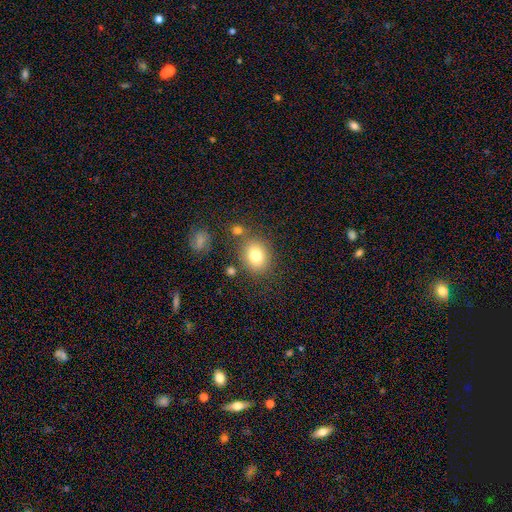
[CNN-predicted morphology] A smooth galaxy with no disk features (79%) that is round (52%).

Vote fractions:
- Smooth or featured? smooth: 79% / featured or disk: 11% / star or artifact: 11%
- How rounded? round: 52% / in between: 47% / cigar-shaped: 1%
- Merging? none: 77% / minor disturbance: 12% / merger: 8% / major disturbance: 4%